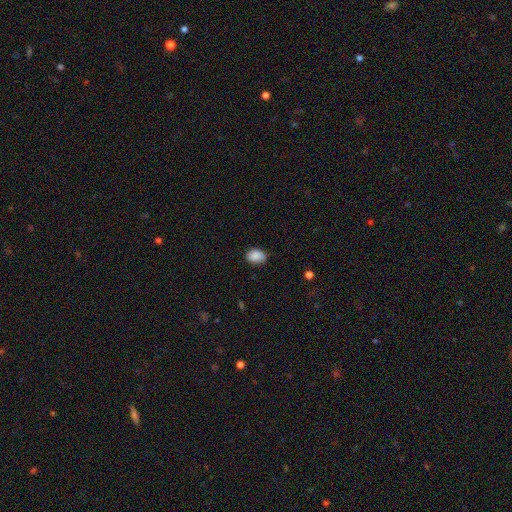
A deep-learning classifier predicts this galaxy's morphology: Smooth or featured: smooth — 87% (star or artifact — 8%)
How rounded: in between — 80% (round — 19%)
Merging: none — 77% (minor disturbance — 18%)